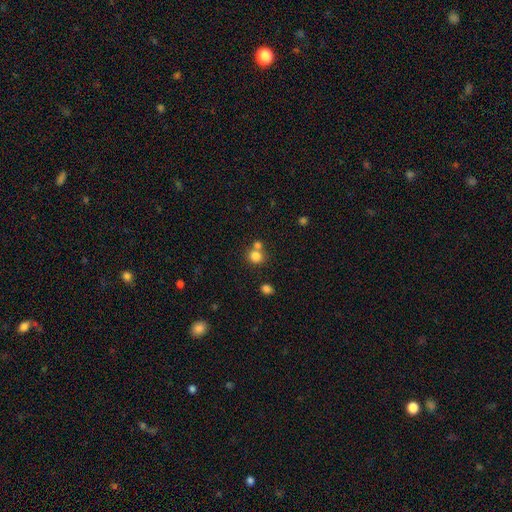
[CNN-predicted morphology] smooth 81%, star or artifact 12%, featured or disk 7%. Down the decision tree: how rounded — round (81%); merging — none (56%).